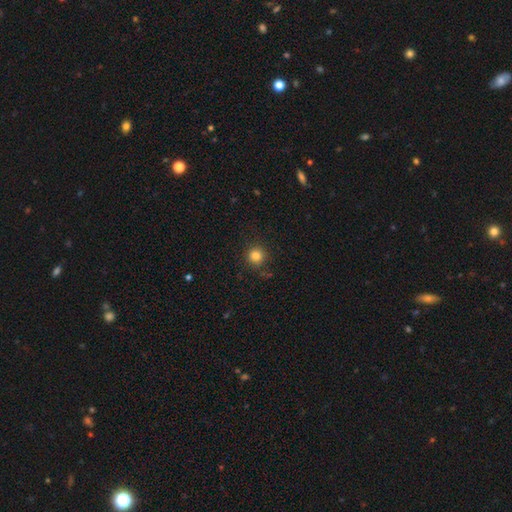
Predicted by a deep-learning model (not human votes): Smooth or featured? Predicted: smooth (p=0.83). How rounded? Predicted: round (p=0.93). Merging? Predicted: none (p=0.88).